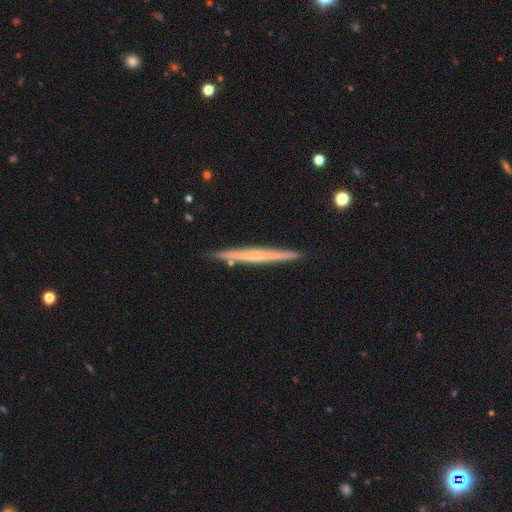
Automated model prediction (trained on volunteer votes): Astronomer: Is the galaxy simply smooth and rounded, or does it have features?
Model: featured or disk — 62%.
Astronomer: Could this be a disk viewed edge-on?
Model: yes — 97%.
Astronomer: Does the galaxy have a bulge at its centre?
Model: none — 73%.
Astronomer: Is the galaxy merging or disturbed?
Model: none — 89%.